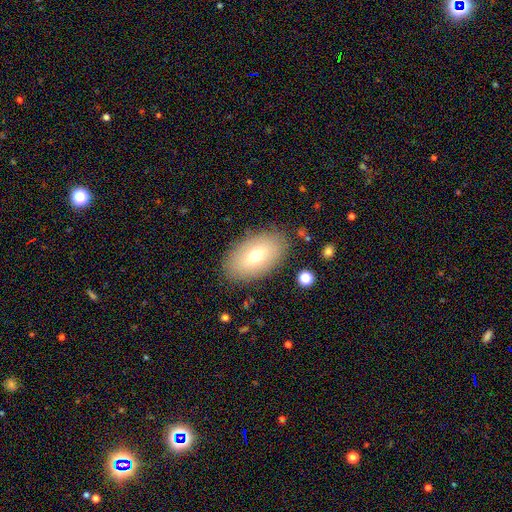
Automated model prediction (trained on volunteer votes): This is likely a smooth galaxy (66%). How rounded: clearly in between (91%). Merging: clearly none (85%).